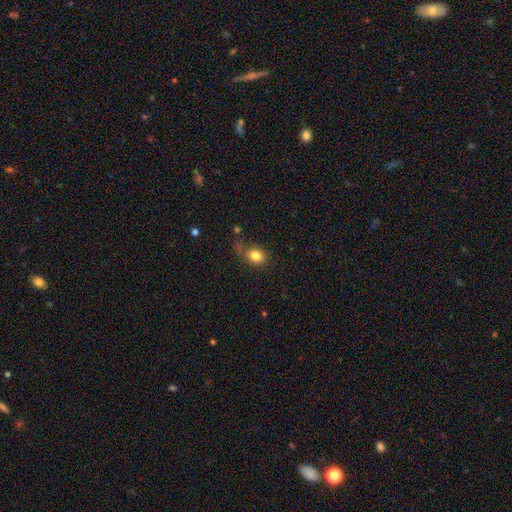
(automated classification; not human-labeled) smooth_or_featured: smooth (p=0.81) [alt: star or artifact p=0.10]
how_rounded: round (p=0.58) [alt: in between p=0.41]
merging: none (p=0.53) [alt: minor disturbance p=0.24]